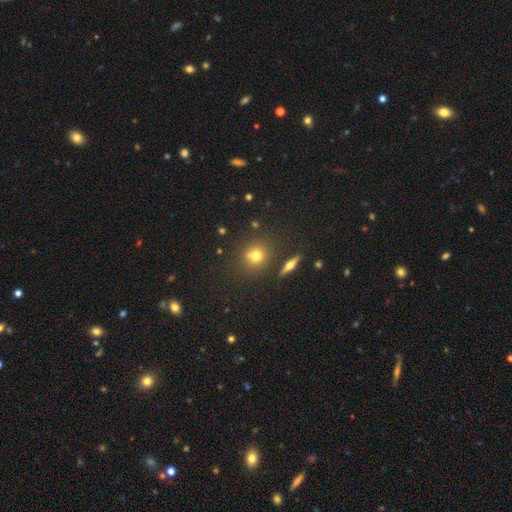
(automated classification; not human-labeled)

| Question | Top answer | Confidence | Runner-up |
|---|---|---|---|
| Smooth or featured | smooth | 71% | star or artifact (15%) |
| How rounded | round | 81% | in between (16%) |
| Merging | none | 75% | merger (11%) |